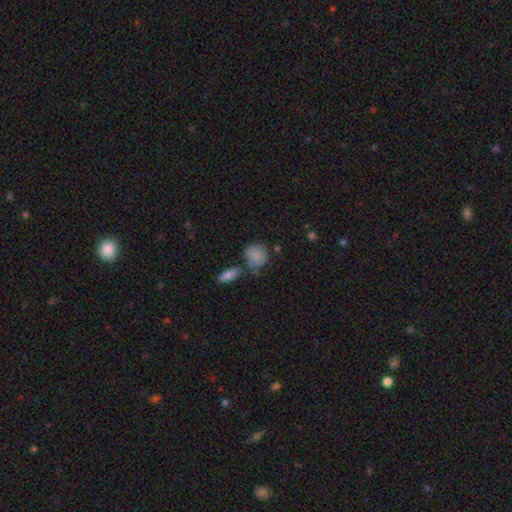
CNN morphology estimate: Smooth or featured?
  - smooth: 83% *
  - featured or disk: 9%
  - star or artifact: 8%
How rounded?
  - round: 66% *
  - in between: 32%
  - cigar-shaped: 2%
Merging?
  - none: 51% *
  - minor disturbance: 24%
  - merger: 17%
  - major disturbance: 8%